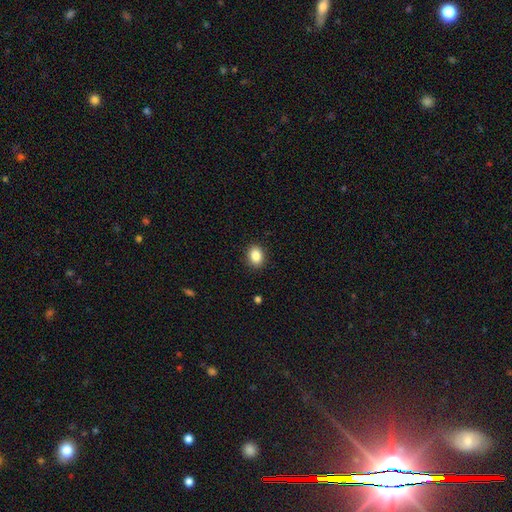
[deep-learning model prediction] smooth 87%, star or artifact 9%, featured or disk 4%. Down the decision tree: how rounded — in between (62%); merging — none (89%).